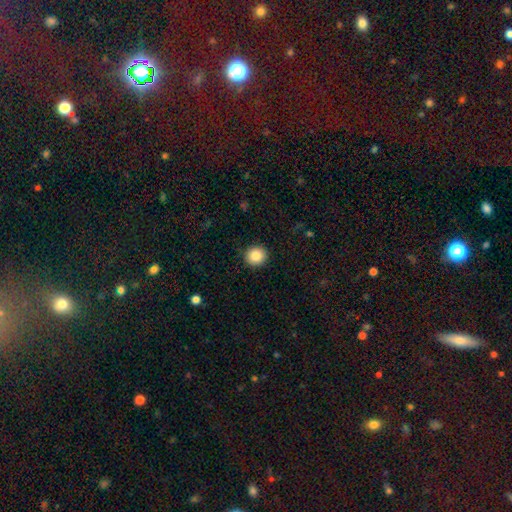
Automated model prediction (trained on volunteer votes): Smooth or featured: smooth — 86% (star or artifact — 9%)
How rounded: round — 91% (in between — 8%)
Merging: none — 92% (minor disturbance — 5%)